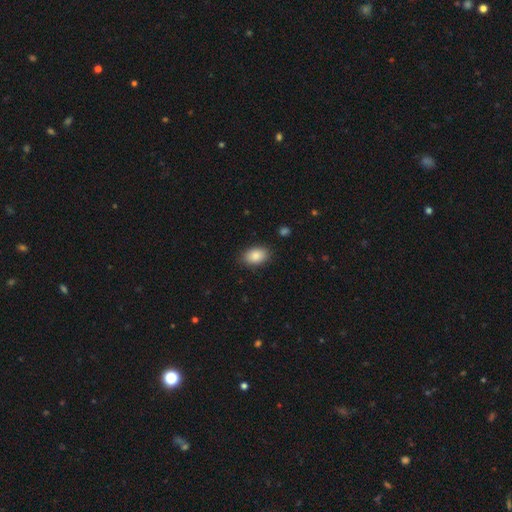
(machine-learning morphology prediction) A smooth galaxy with no disk features (87%) that is in between round and cigar-shaped (87%).

Vote fractions:
- Smooth or featured? smooth: 87% / star or artifact: 7% / featured or disk: 6%
- How rounded? in between: 87% / round: 12% / cigar-shaped: 1%
- Merging? none: 86% / minor disturbance: 10% / major disturbance: 3% / merger: 1%